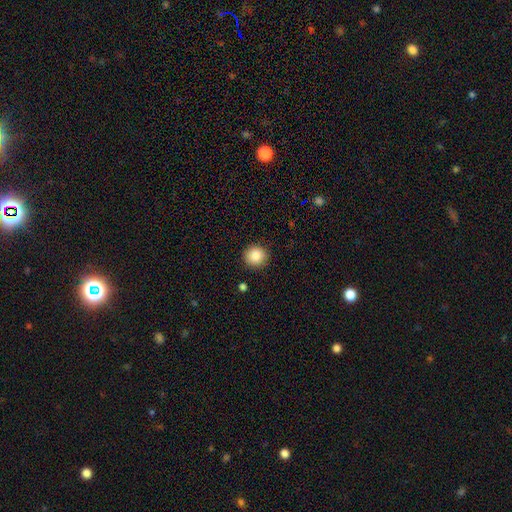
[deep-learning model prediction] smooth-or-featured: smooth: 87% | star or artifact: 9% | featured or disk: 4%
  how-rounded: round: 92% | in between: 7% | cigar-shaped: 1%
  merging: none: 91% | minor disturbance: 6% | major disturbance: 2% | merger: 1%